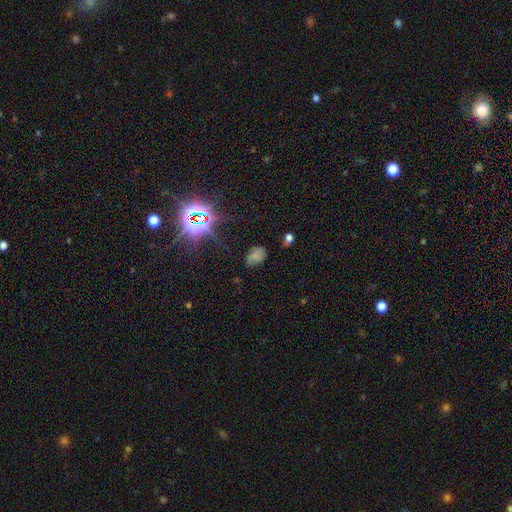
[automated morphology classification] A smooth galaxy with no disk features (51%) that is in between round and cigar-shaped (78%). Merging: none (63%).